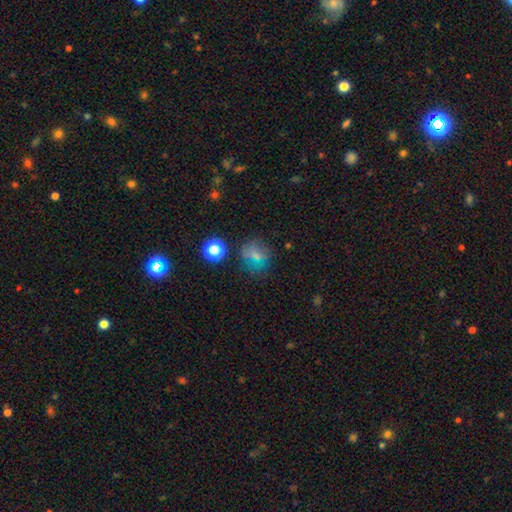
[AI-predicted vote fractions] Smooth or featured? smooth (61%)
How rounded? round (75%)
Merging? none (68%)